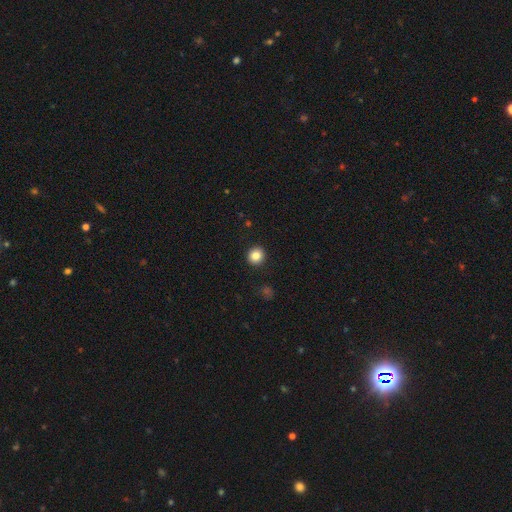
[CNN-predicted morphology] A smooth galaxy with no disk features (84%) that is round (90%). Merging: none (93%).